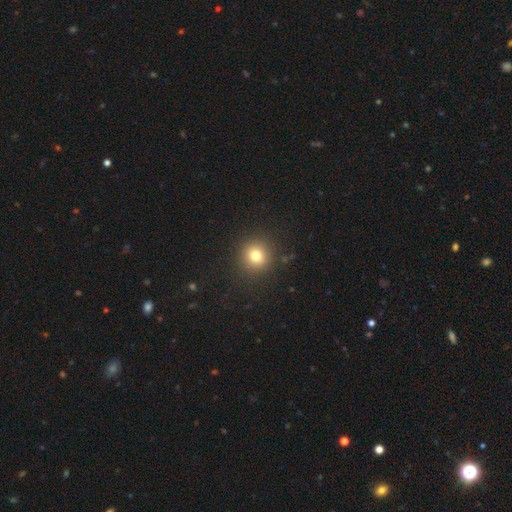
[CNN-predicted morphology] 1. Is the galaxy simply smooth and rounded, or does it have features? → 78% smooth, 14% star or artifact, 8% featured or disk.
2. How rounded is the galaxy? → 92% round, 7% in between, 1% cigar-shaped.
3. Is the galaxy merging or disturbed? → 90% none, 6% minor disturbance, 3% major disturbance, 1% merger.